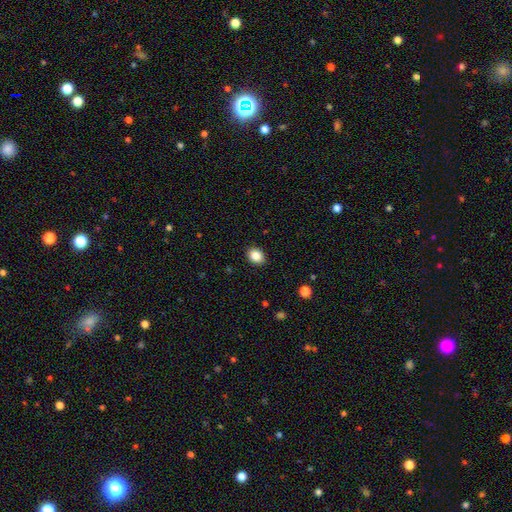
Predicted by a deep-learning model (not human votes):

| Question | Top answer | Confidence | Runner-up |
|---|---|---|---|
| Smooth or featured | smooth | 87% | star or artifact (9%) |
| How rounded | in between | 57% | round (42%) |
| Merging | none | 90% | minor disturbance (7%) |